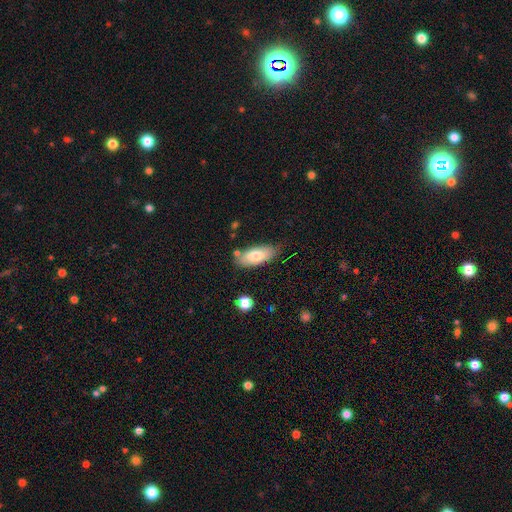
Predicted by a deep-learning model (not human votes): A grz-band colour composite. It shows a smooth galaxy with no disk features (76%) that is in between round and cigar-shaped (83%). Merging: none (74%).